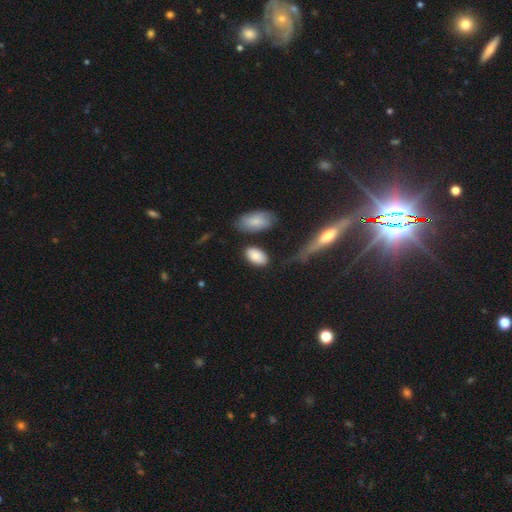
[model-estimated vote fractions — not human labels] This appears to be a smooth galaxy with no disk features (84%) that is in between round and cigar-shaped (93%). Merging: none (74%).